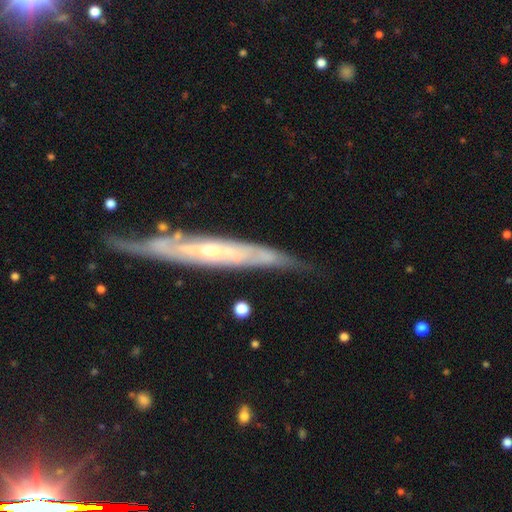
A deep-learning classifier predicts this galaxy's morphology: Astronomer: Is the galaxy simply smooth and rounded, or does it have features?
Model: featured or disk — 83%.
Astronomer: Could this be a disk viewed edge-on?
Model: yes — 58% (runner-up: no, 42%).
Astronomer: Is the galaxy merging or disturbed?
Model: none — 70%.